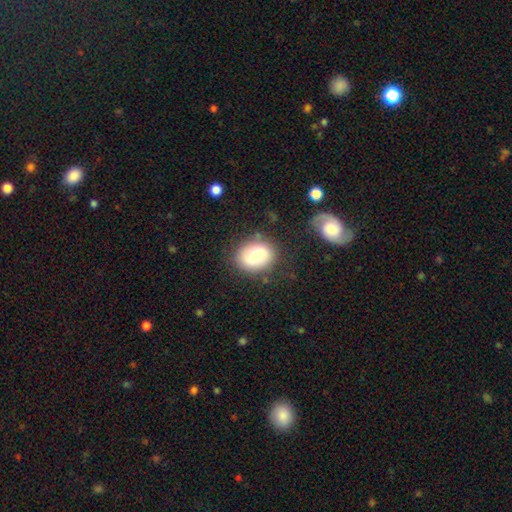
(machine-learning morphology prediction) Smooth or featured: smooth — 72% (featured or disk — 19%)
How rounded: in between — 51% (round — 48%)
Merging: none — 78% (minor disturbance — 14%)